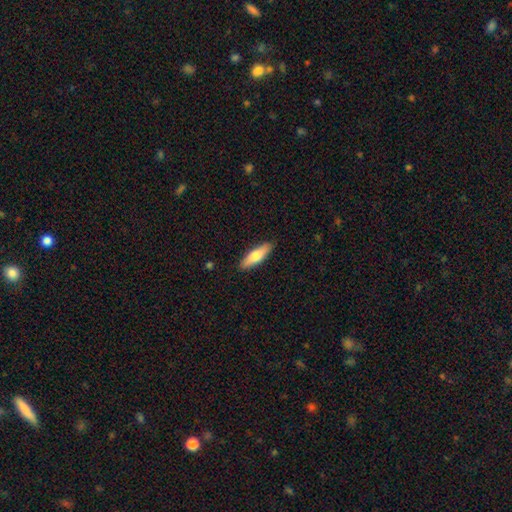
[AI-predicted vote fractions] Smooth or featured? smooth (69%)
How rounded? cigar-shaped (55%)
Merging? none (89%)